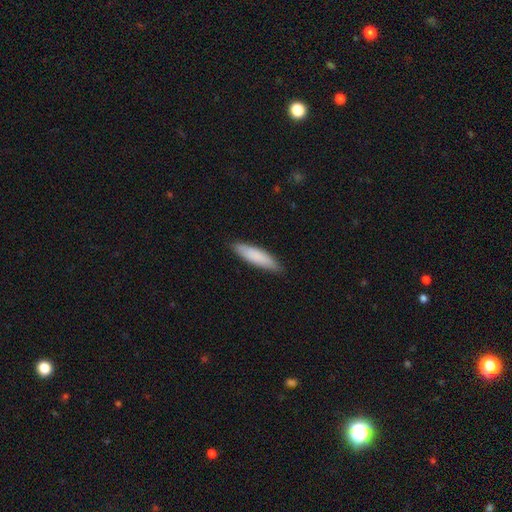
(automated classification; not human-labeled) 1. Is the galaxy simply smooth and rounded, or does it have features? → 83% smooth, 11% featured or disk, 6% star or artifact.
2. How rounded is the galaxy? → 70% cigar-shaped, 29% in between, 1% round.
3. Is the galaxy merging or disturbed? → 86% none, 11% minor disturbance, 2% major disturbance, 1% merger.